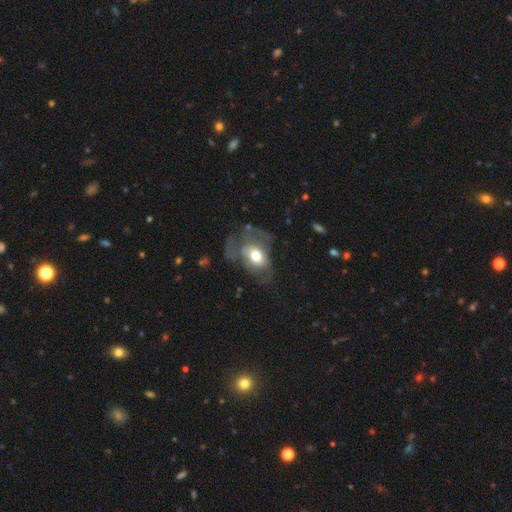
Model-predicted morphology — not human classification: Q: Smooth or featured?
A: smooth (54%); runner-up: featured or disk (37%)
Q: How rounded?
A: in between (72%); runner-up: round (26%)
Q: Merging?
A: major disturbance (41%); runner-up: none (32%)